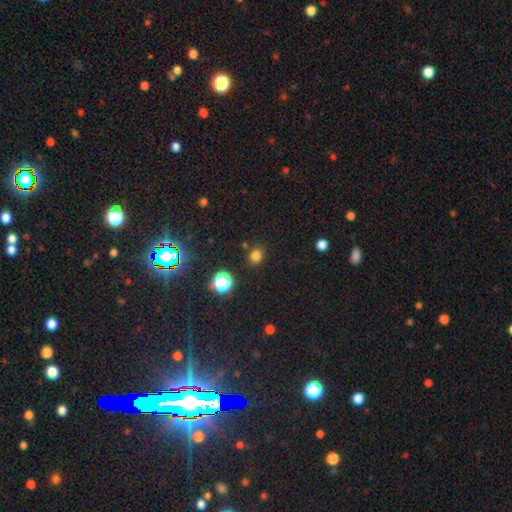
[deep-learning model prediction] Smooth or featured? smooth (76%)
How rounded? round (68%)
Merging? none (81%)